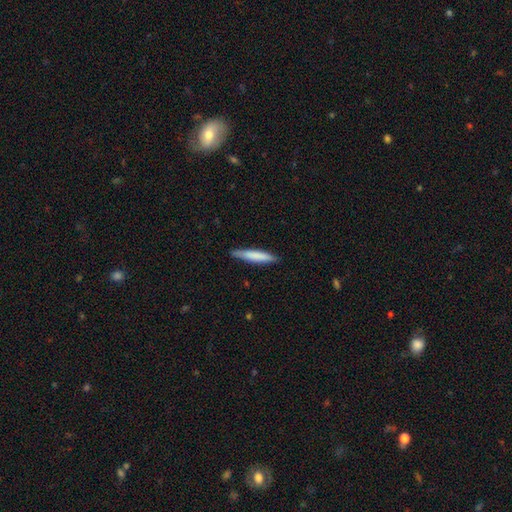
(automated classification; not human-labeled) The model was most divided on "smooth or featured": smooth: 74%, featured or disk: 20%, star or artifact: 5%. More confident: how rounded — cigar-shaped (91%); merging — none (85%).